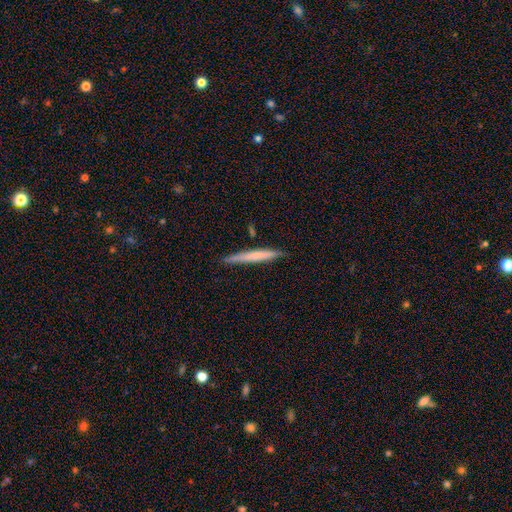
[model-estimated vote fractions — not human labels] Q: Smooth or featured?
A: smooth (60%); runner-up: featured or disk (34%)
Q: How rounded?
A: cigar-shaped (96%); runner-up: in between (2%)
Q: Merging?
A: none (86%); runner-up: minor disturbance (10%)